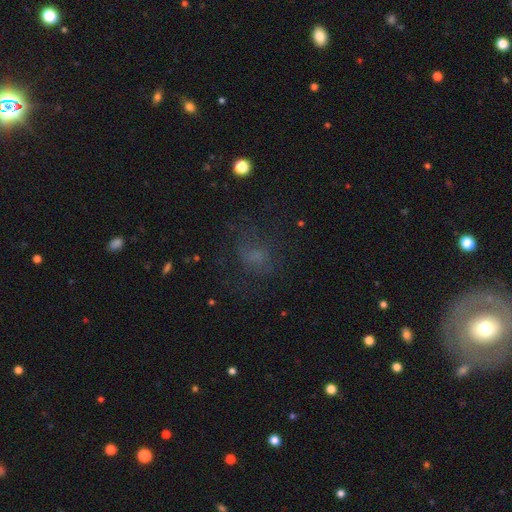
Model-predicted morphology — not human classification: A smooth galaxy with no disk features (48%).

Vote fractions:
- Smooth or featured? smooth: 48% / featured or disk: 26% / star or artifact: 25%
- Merging? none: 57% / major disturbance: 22% / minor disturbance: 19% / merger: 2%